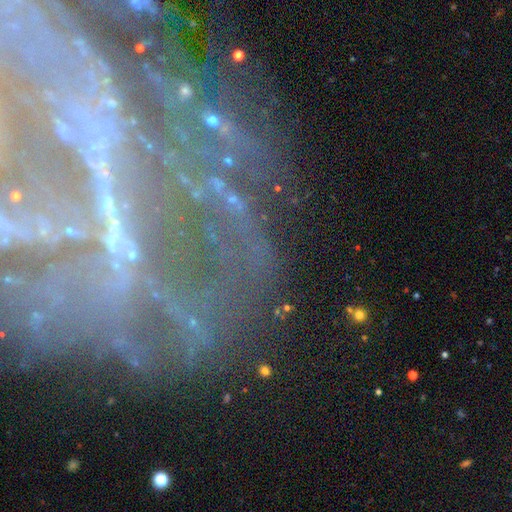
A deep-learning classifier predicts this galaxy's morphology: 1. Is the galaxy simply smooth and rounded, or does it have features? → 54% featured or disk, 33% star or artifact, 13% smooth.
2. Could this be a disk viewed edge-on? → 86% no, 14% yes.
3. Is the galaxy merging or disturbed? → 68% none, 14% minor disturbance, 13% major disturbance, 5% merger.